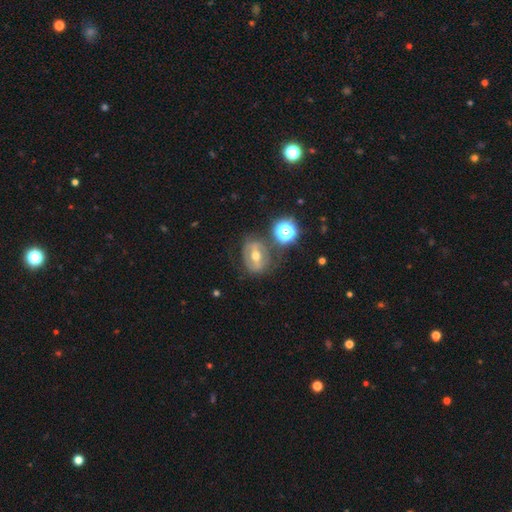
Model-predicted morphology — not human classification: A featured or disk galaxy (63%) with a strong bar (51%), no spiral arms (53%) and a moderate central bulge (74%). Merging: none (67%).